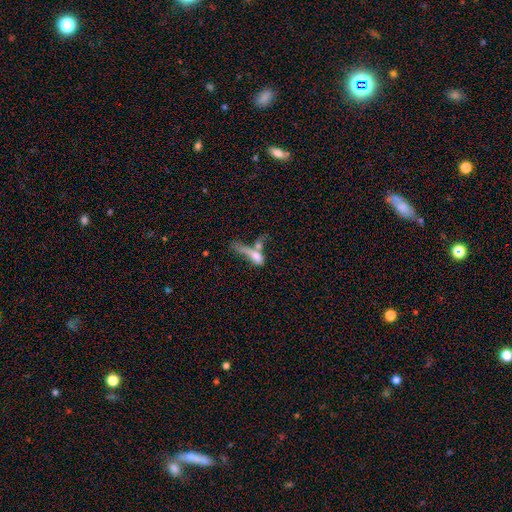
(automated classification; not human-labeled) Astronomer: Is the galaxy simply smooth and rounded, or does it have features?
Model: smooth — 55% (runner-up: featured or disk, 35%).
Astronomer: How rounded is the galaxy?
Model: cigar-shaped — 48% (runner-up: in between, 43%).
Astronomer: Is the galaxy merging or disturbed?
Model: merger — 52%.